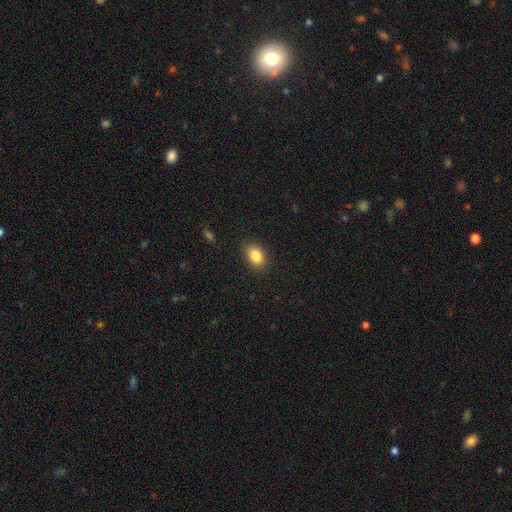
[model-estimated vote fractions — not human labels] Smooth or featured: smooth — 86% (star or artifact — 9%)
How rounded: in between — 79% (round — 20%)
Merging: none — 87% (minor disturbance — 9%)